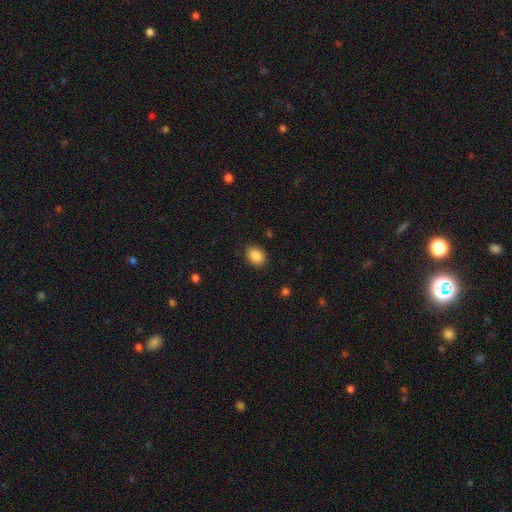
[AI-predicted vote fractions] Smooth or featured: smooth — 88% (star or artifact — 8%)
How rounded: in between — 59% (round — 40%)
Merging: none — 86% (minor disturbance — 10%)